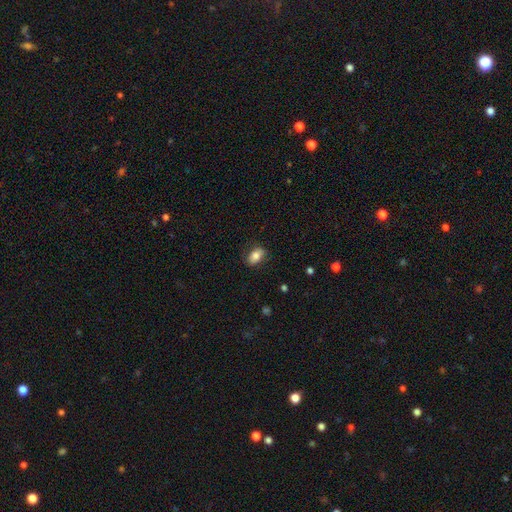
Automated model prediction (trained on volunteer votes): Overall: smooth (80%). How rounded: in between (88%). Merging: none (80%).